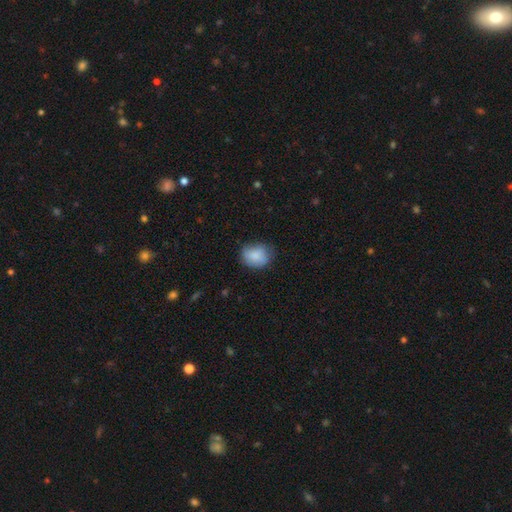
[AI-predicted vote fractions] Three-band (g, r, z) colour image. It shows a smooth galaxy with no disk features (84%) that is in between round and cigar-shaped (54%). Merging: none (66%).